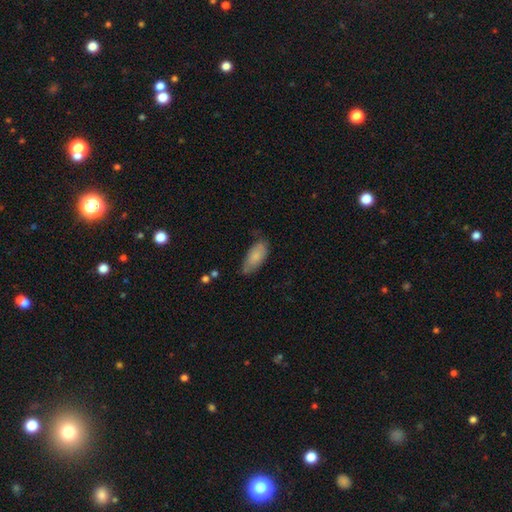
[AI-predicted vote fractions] smooth-or-featured: smooth: 82% | featured or disk: 12% | star or artifact: 6%
  how-rounded: in between: 85% | cigar-shaped: 13% | round: 2%
  merging: none: 59% | minor disturbance: 32% | major disturbance: 7% | merger: 2%